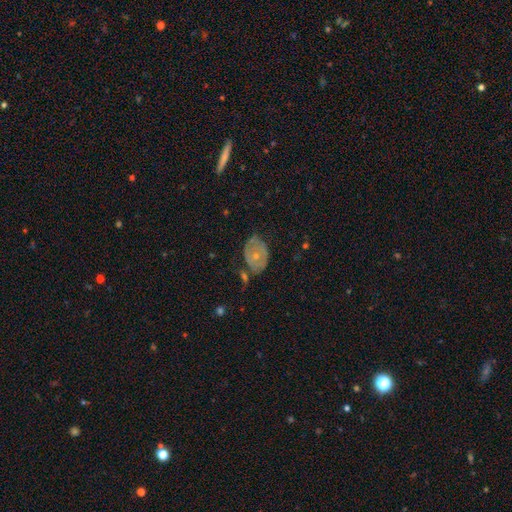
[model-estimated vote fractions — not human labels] Smooth or featured?
  - featured or disk: 53% *
  - smooth: 38%
  - star or artifact: 9%
Edge-on disk?
  - no: 94% *
  - yes: 6%
Merging?
  - none: 57% *
  - minor disturbance: 26%
  - major disturbance: 9%
  - merger: 8%